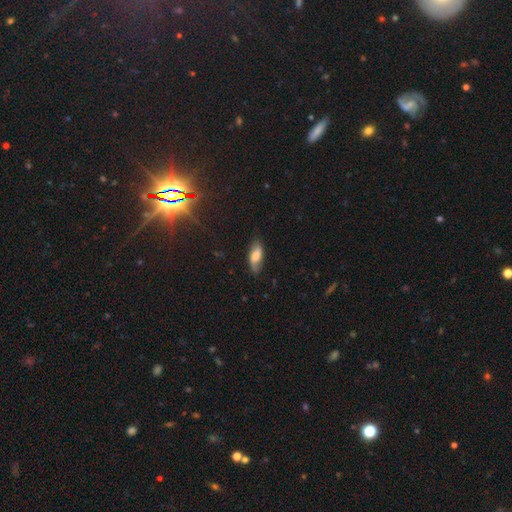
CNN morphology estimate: This appears to be a smooth galaxy with no disk features (62%) that is in between round and cigar-shaped (82%). Merging: none (75%).